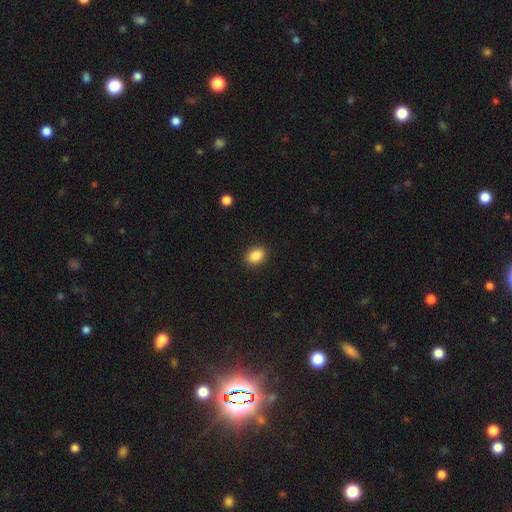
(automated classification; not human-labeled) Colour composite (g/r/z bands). It shows a smooth galaxy with no disk features (89%) that is in between round and cigar-shaped (73%). Merging: none (90%).